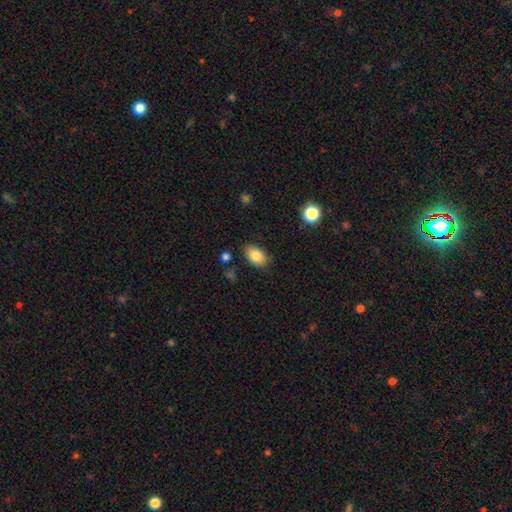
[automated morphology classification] smooth 83%, featured or disk 9%, star or artifact 8%. Down the decision tree: how rounded — in between (88%); merging — none (83%).